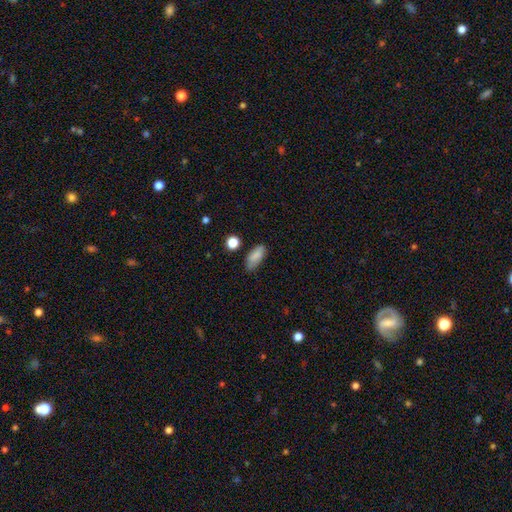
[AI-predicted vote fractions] A smooth galaxy with no disk features (85%) that is in between round and cigar-shaped (83%). Merging: none (75%).